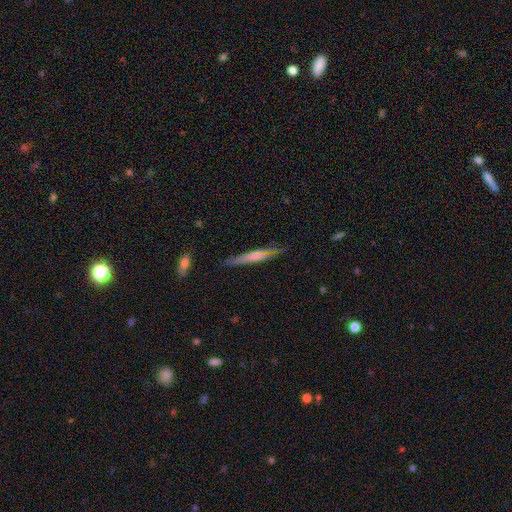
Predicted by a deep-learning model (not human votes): A featured or disk galaxy (49%). Merging: none (80%).